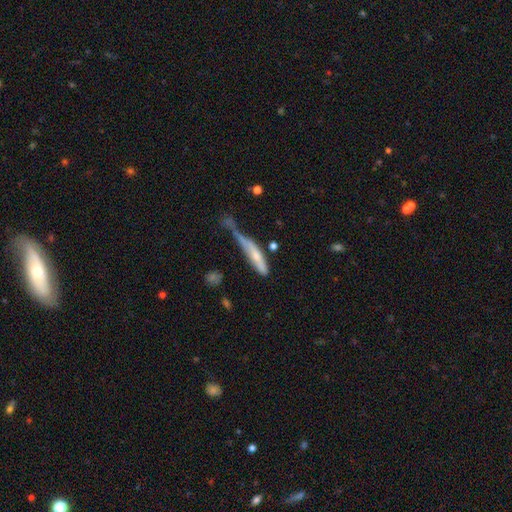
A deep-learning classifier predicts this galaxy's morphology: Smooth or featured: smooth — 54% (featured or disk — 39%)
How rounded: cigar-shaped — 81% (in between — 17%)
Merging: major disturbance — 27% (none — 25%)